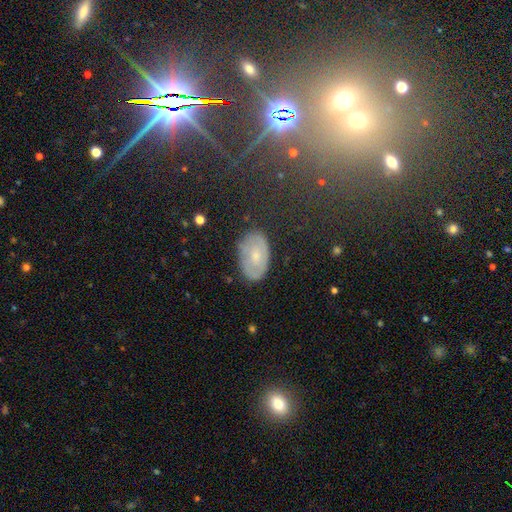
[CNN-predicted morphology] Overall: smooth (49%; featured or disk 42%). Merging: none (78%).